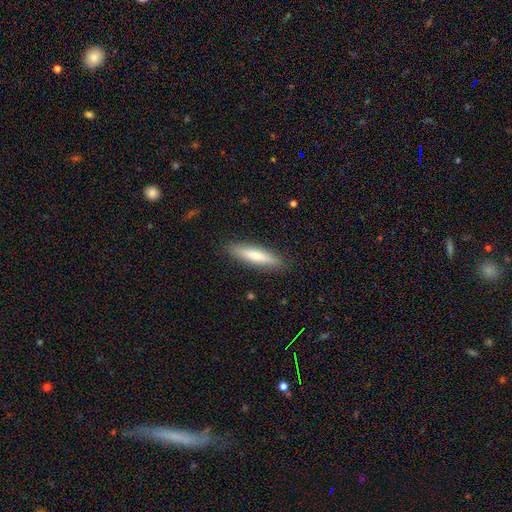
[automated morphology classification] A smooth galaxy with no disk features (72%) that is cigar-shaped (81%).

Vote fractions:
- Smooth or featured? smooth: 72% / featured or disk: 22% / star or artifact: 6%
- How rounded? cigar-shaped: 81% / in between: 18% / round: 1%
- Merging? none: 88% / minor disturbance: 9% / major disturbance: 2% / merger: 1%